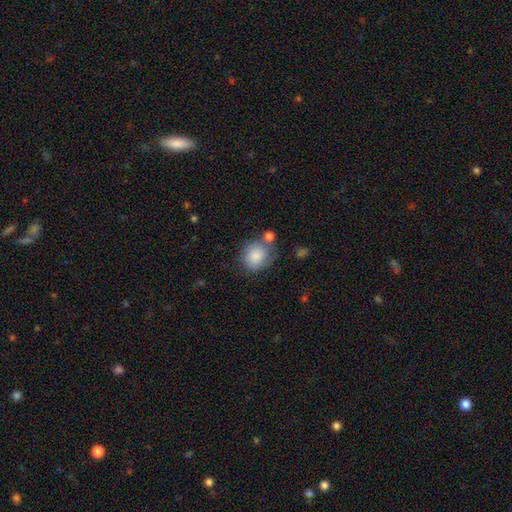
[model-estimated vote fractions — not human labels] This is clearly a smooth galaxy (84%). How rounded: likely round (71%). Merging: possibly none (54%).